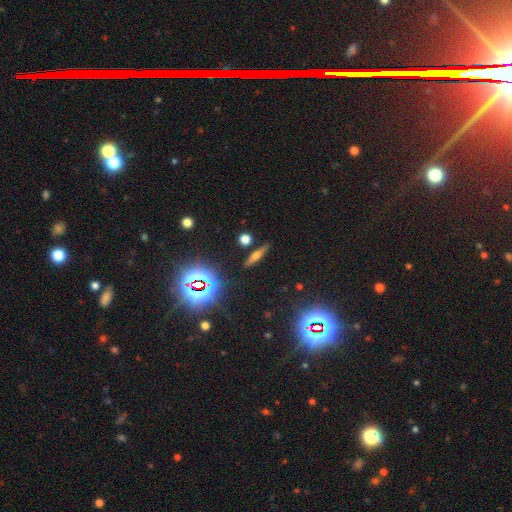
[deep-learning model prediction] Smooth or featured: smooth — 45% (featured or disk — 36%)
Merging: none — 84% (minor disturbance — 10%)